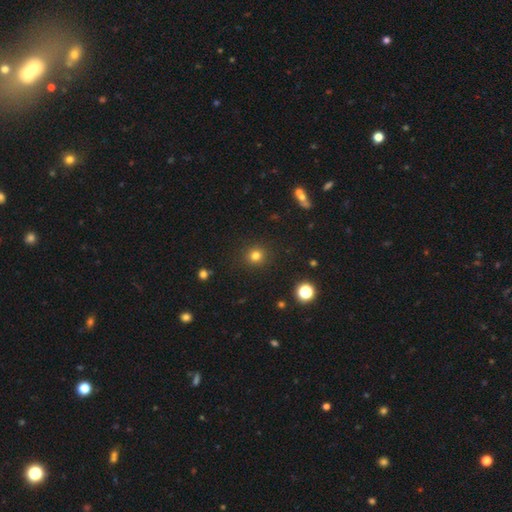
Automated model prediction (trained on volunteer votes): Smooth or featured? Predicted: smooth (p=0.79). How rounded? Predicted: round (p=0.92). Merging? Predicted: none (p=0.91).